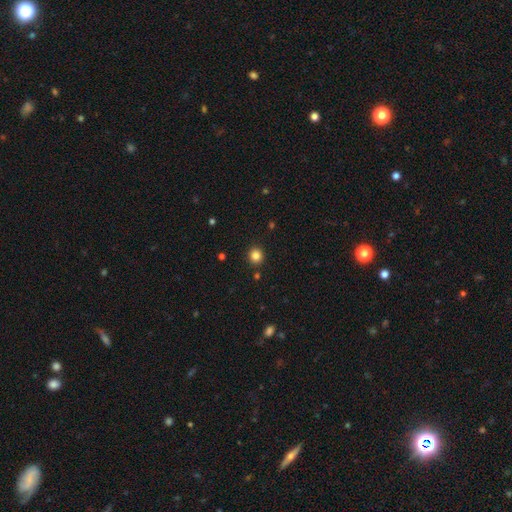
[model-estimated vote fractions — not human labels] This appears to be a smooth galaxy with no disk features (83%) that is round (90%). Merging: none (90%).